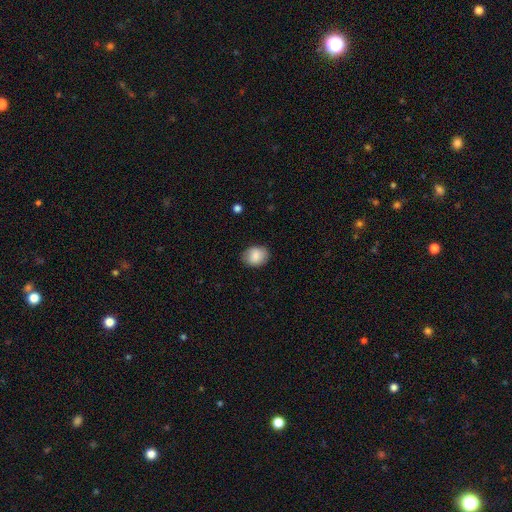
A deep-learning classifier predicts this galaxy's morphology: Smooth or featured? smooth (85%)
How rounded? in between (53%)
Merging? none (82%)